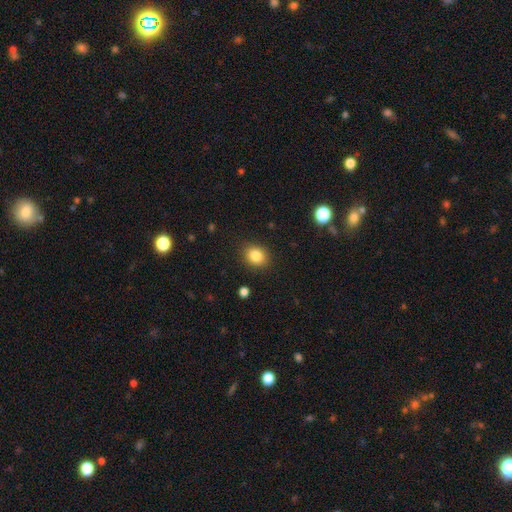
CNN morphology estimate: smooth_or_featured: smooth (p=0.84) [alt: star or artifact p=0.10]
how_rounded: round (p=0.64) [alt: in between p=0.35]
merging: none (p=0.88) [alt: minor disturbance p=0.08]